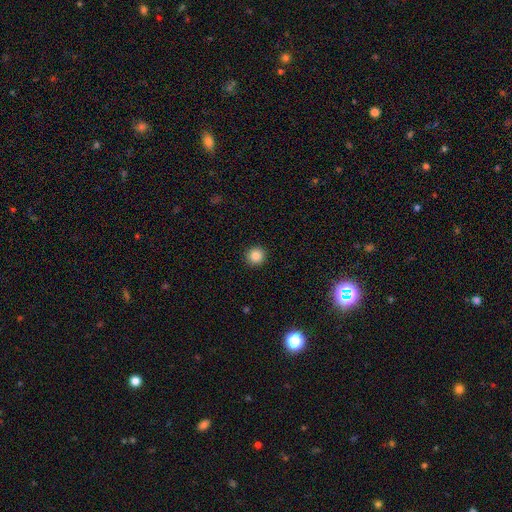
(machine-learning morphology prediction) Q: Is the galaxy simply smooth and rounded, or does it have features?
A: smooth — 86%.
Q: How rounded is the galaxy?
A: round — 95%.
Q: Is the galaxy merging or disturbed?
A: none — 93%.